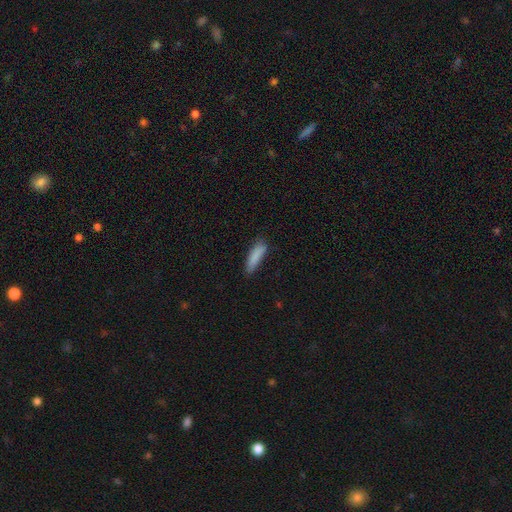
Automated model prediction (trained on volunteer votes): This is clearly a smooth galaxy (86%). How rounded: likely cigar-shaped (64%). Merging: likely none (72%).